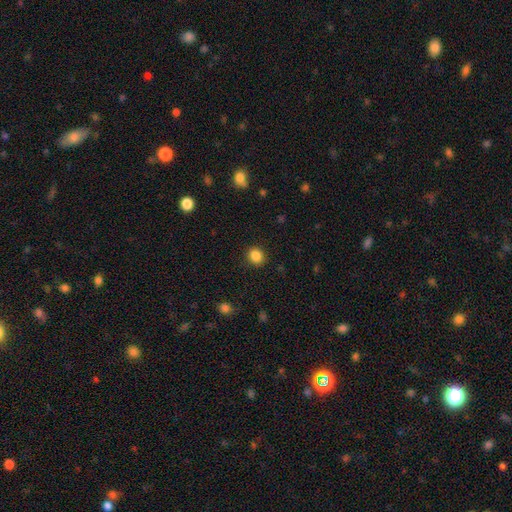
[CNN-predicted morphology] smooth_or_featured: smooth (p=0.85) [alt: star or artifact p=0.11]
how_rounded: round (p=0.80) [alt: in between p=0.19]
merging: none (p=0.90) [alt: minor disturbance p=0.07]